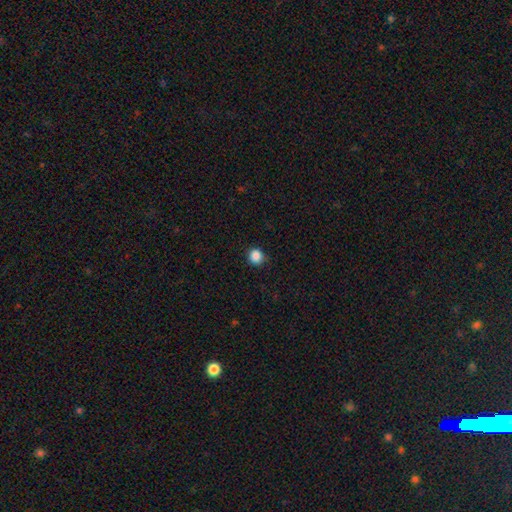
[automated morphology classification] smooth_or_featured: smooth (p=0.86) [alt: star or artifact p=0.11]
how_rounded: round (p=0.90) [alt: in between p=0.09]
merging: none (p=0.88) [alt: minor disturbance p=0.09]